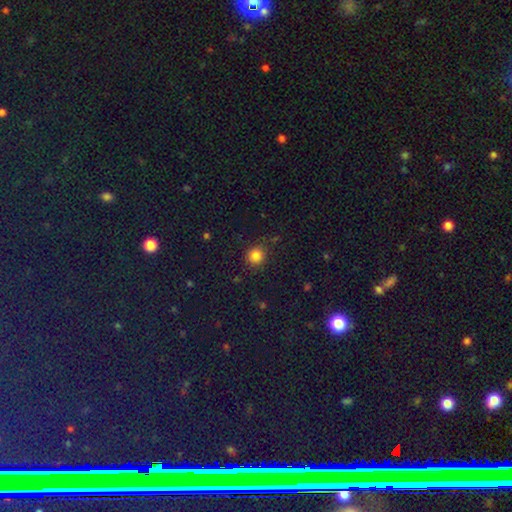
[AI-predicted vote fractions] Q: Smooth or featured?
A: smooth (83%); runner-up: star or artifact (13%)
Q: How rounded?
A: round (89%); runner-up: in between (10%)
Q: Merging?
A: none (86%); runner-up: minor disturbance (10%)